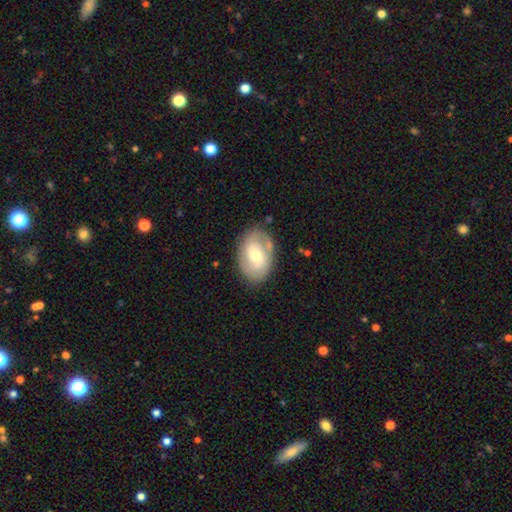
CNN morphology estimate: smooth-or-featured: featured or disk: 58% | smooth: 36% | star or artifact: 6%
  disk-edge-on: no: 95% | yes: 5%
    bar: weak: 44% | no: 40% | strong: 15%
    has-spiral-arms: yes: 67% | no: 33%
    bulge-size: moderate: 64% | small: 29% | large: 5% | none: 1% | dominant: 1%
  merging: none: 78% | minor disturbance: 16% | major disturbance: 5% | merger: 2%